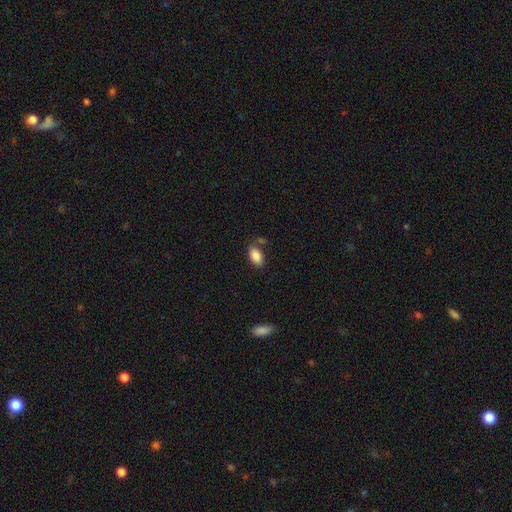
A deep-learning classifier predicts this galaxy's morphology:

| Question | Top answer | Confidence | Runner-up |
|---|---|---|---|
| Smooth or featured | smooth | 86% | star or artifact (7%) |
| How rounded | in between | 93% | round (5%) |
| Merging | none | 71% | minor disturbance (15%) |